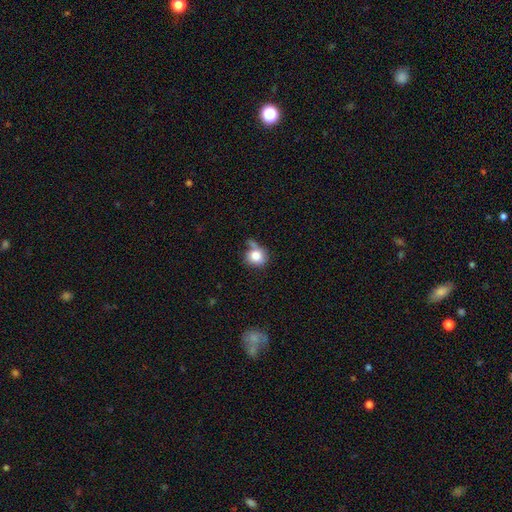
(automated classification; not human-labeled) This appears to be a smooth galaxy with no disk features (80%) that is round (75%). Merging: none (44%).